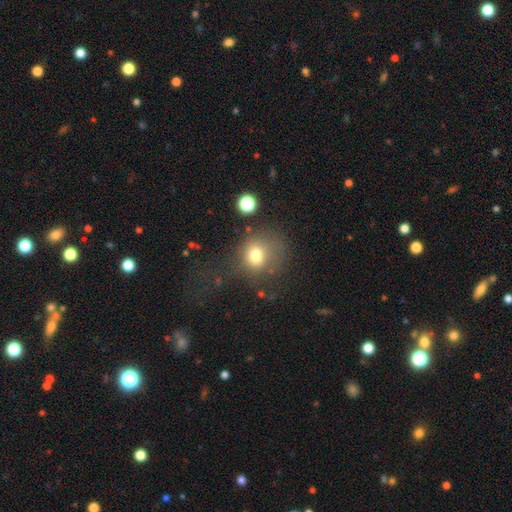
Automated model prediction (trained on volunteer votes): Overall: smooth (69%). How rounded: round (77%). Merging: none (44%; major disturbance 29%).